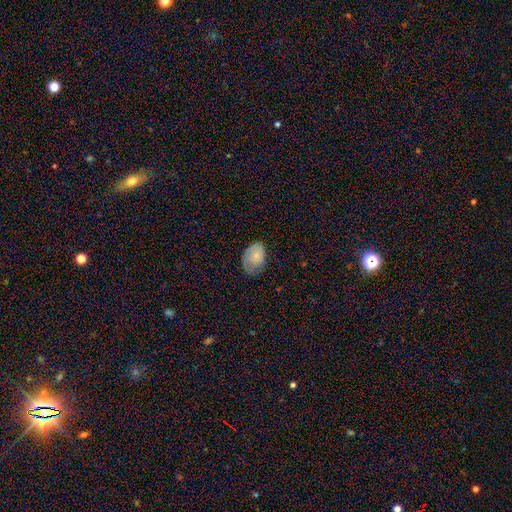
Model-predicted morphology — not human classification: This appears to be a smooth galaxy with no disk features (77%) that is in between round and cigar-shaped (82%). Merging: none (58%).